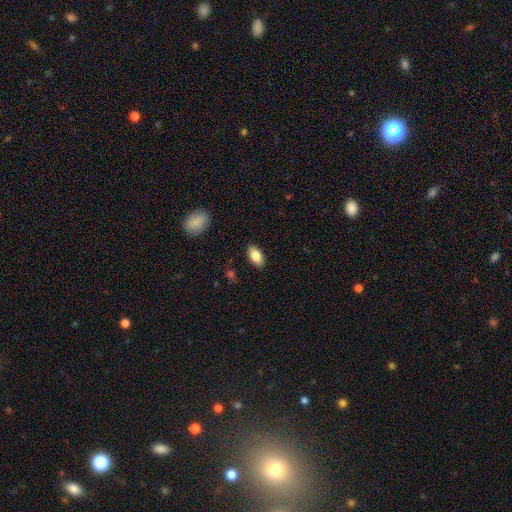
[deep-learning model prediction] Smooth or featured: smooth — 84% (featured or disk — 9%)
How rounded: in between — 93% (round — 4%)
Merging: none — 88% (minor disturbance — 9%)